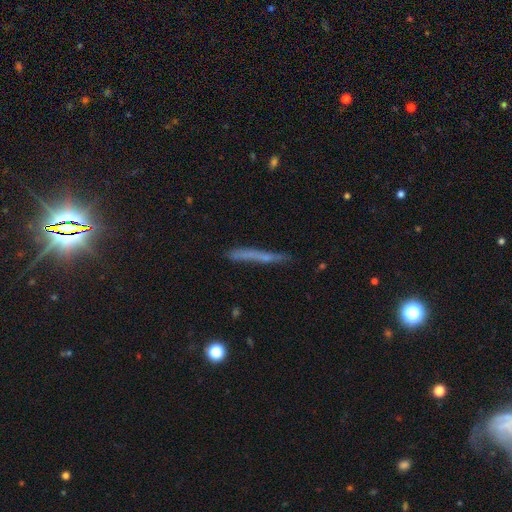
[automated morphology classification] A smooth galaxy with no disk features (48%).

Vote fractions:
- Smooth or featured? smooth: 48% / featured or disk: 40% / star or artifact: 11%
- Merging? none: 78% / minor disturbance: 16% / major disturbance: 4% / merger: 2%